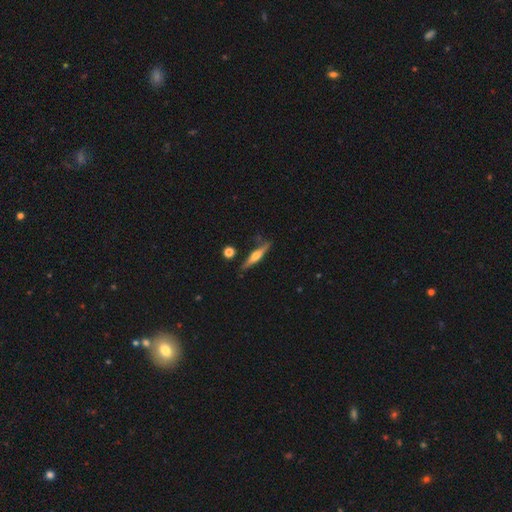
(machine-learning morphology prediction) A featured or disk galaxy (64%) viewed edge-on (96%) with a rounded central bulge (91%). Merging: none (81%).